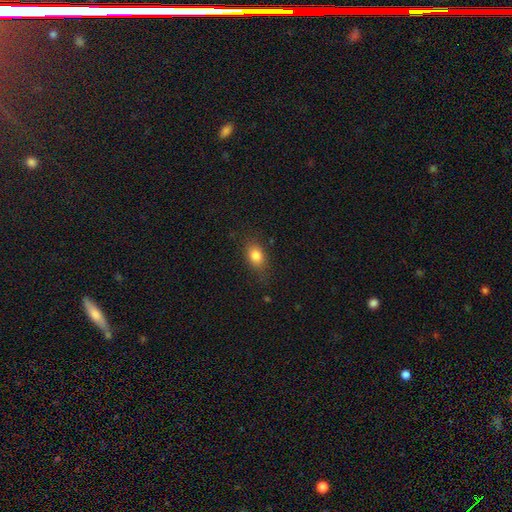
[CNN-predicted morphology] Smooth or featured: smooth — 82% (star or artifact — 10%)
How rounded: in between — 74% (round — 23%)
Merging: none — 77% (minor disturbance — 17%)